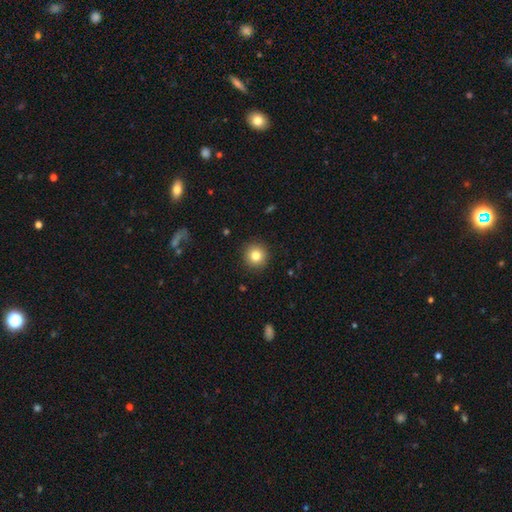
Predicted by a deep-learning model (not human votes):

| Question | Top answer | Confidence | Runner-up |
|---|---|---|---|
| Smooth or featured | smooth | 82% | star or artifact (11%) |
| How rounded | round | 94% | in between (5%) |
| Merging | none | 92% | minor disturbance (5%) |